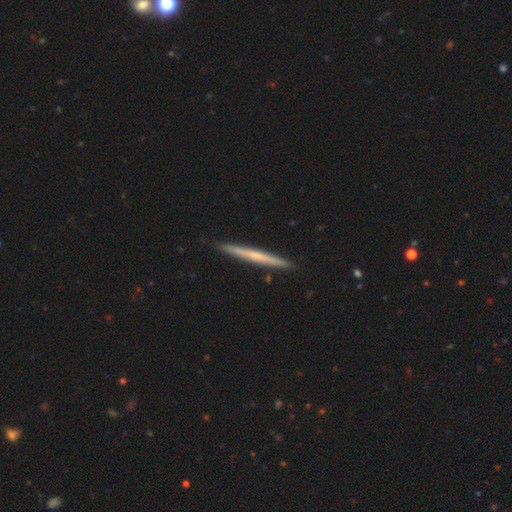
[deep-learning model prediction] The model was most divided on "smooth or featured": featured or disk: 50%, smooth: 44%, star or artifact: 5%. More confident: edge-on disk — yes (97%); merging — none (92%).